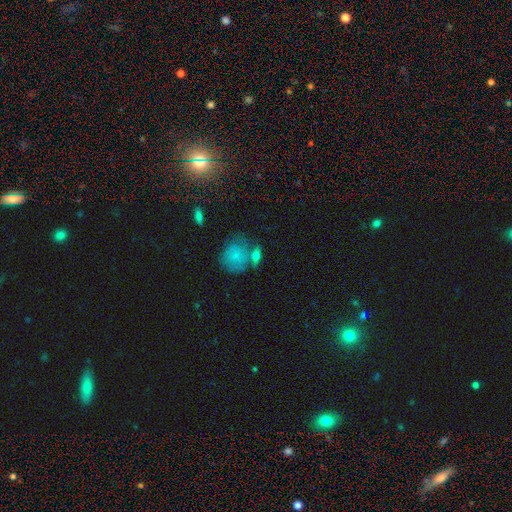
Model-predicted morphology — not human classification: Overall: smooth (59%; featured or disk 30%). How rounded: in between (56%; round 34%). Merging: none (51%; merger 29%).